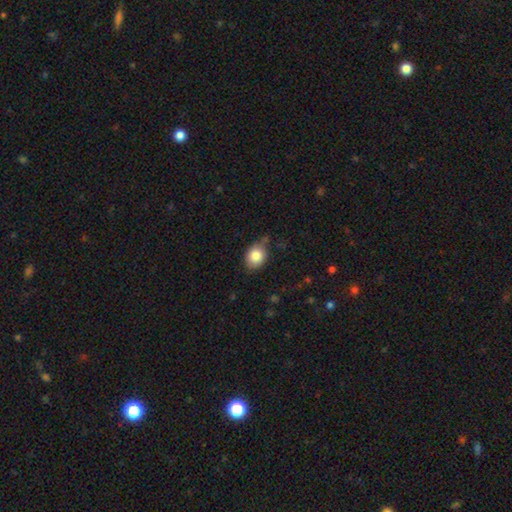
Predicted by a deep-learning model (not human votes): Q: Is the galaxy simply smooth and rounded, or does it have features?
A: smooth — 84%.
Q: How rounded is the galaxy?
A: in between — 57%.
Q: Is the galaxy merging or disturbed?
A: none — 67%.